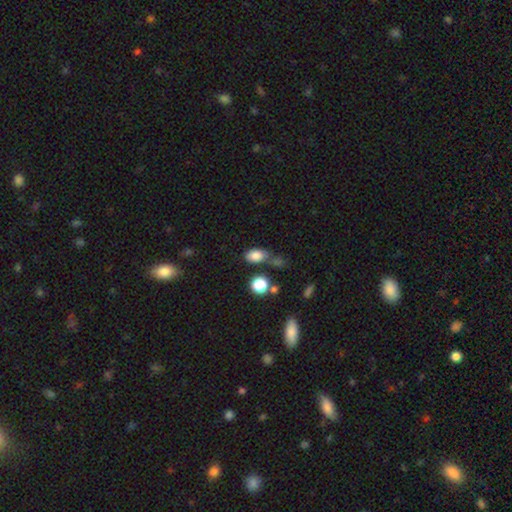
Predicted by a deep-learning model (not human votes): Smooth or featured: smooth — 82% (star or artifact — 11%)
How rounded: in between — 83% (round — 15%)
Merging: none — 54% (minor disturbance — 20%)